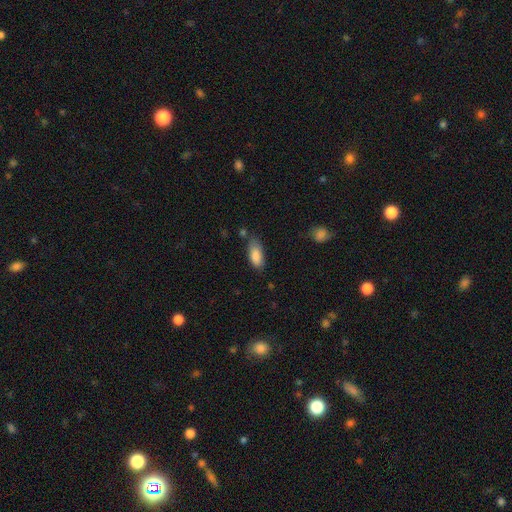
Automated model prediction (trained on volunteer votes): Smooth or featured: smooth — 87% (star or artifact — 7%)
How rounded: in between — 86% (cigar-shaped — 12%)
Merging: none — 65% (minor disturbance — 25%)